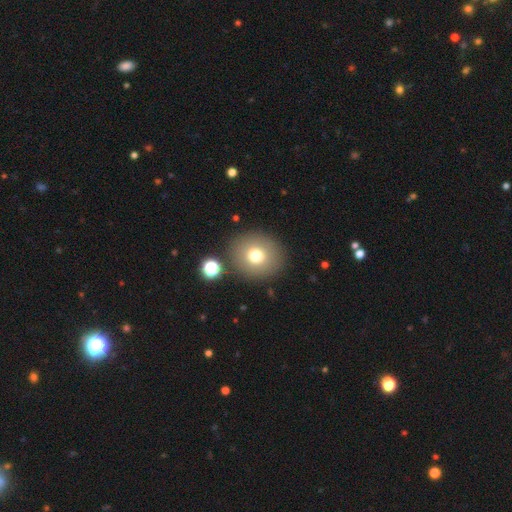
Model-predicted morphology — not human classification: smooth-or-featured: smooth: 73% | featured or disk: 14% | star or artifact: 12%
  how-rounded: round: 86% | in between: 13% | cigar-shaped: 1%
  merging: none: 84% | minor disturbance: 8% | merger: 5% | major disturbance: 3%